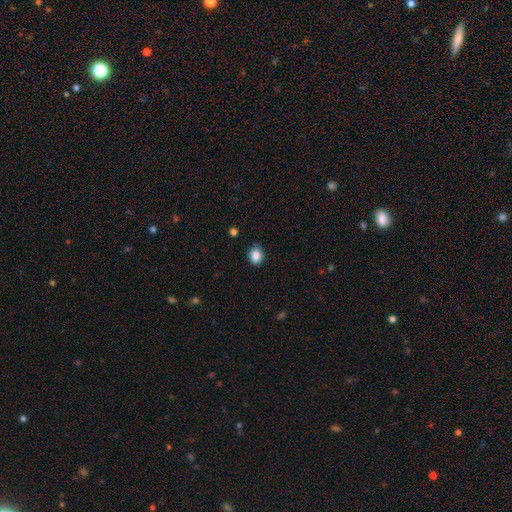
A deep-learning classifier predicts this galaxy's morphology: Smooth or featured? smooth (87%)
How rounded? in between (65%)
Merging? none (77%)